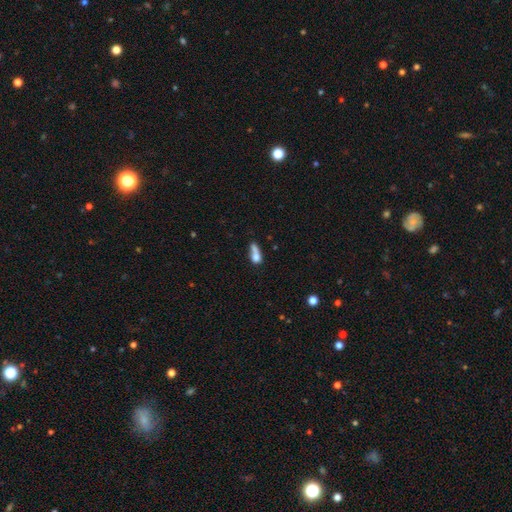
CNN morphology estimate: Smooth or featured? smooth (68%)
How rounded? in between (52%)
Merging? merger (48%)